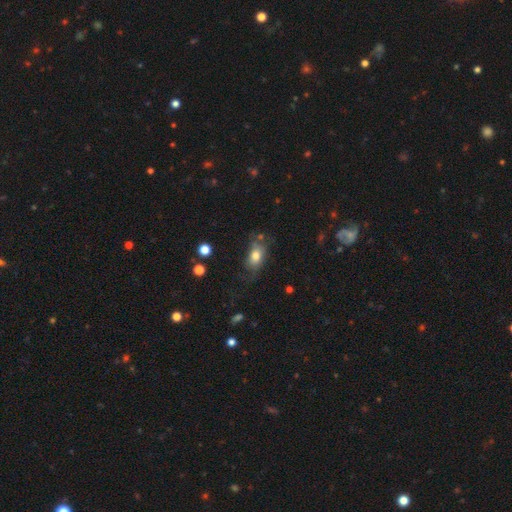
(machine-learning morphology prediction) A smooth galaxy with no disk features (72%) that is in between round and cigar-shaped (84%).

Vote fractions:
- Smooth or featured? smooth: 72% / featured or disk: 18% / star or artifact: 9%
- How rounded? in between: 84% / round: 13% / cigar-shaped: 3%
- Merging? none: 53% / minor disturbance: 26% / major disturbance: 16% / merger: 4%